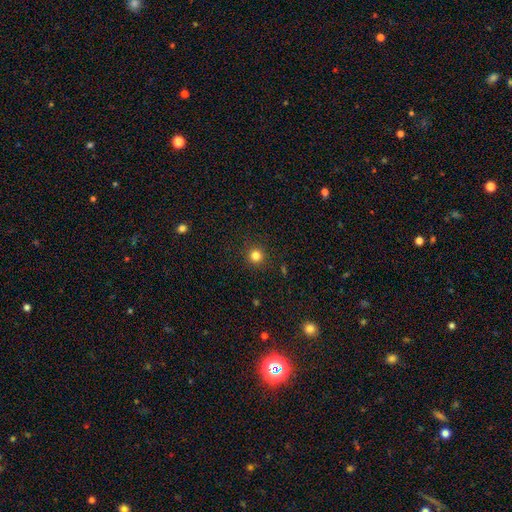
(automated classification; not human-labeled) smooth-or-featured: smooth: 82% | star or artifact: 13% | featured or disk: 5%
  how-rounded: round: 95% | in between: 4% | cigar-shaped: 1%
  merging: none: 92% | minor disturbance: 5% | major disturbance: 2% | merger: 1%